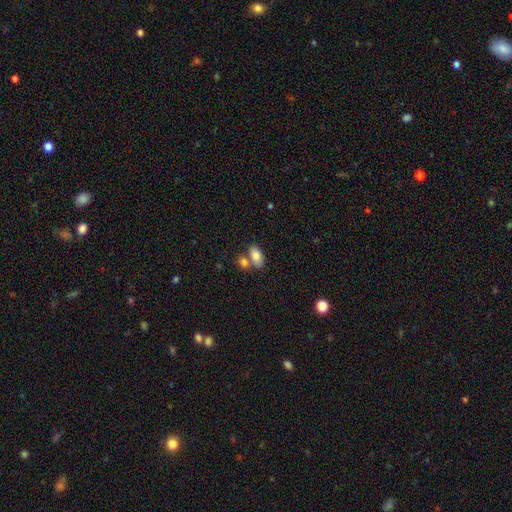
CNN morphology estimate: smooth-or-featured: smooth: 80% | featured or disk: 13% | star or artifact: 7%
  how-rounded: in between: 92% | round: 5% | cigar-shaped: 4%
  merging: none: 53% | merger: 32% | minor disturbance: 12% | major disturbance: 3%